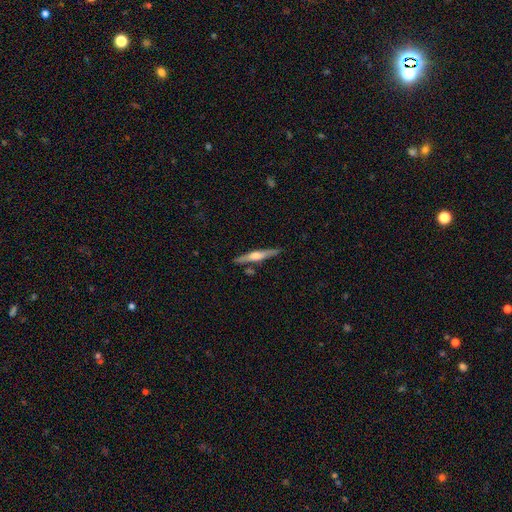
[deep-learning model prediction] Smooth or featured? featured or disk (64%)
Edge-on disk? yes (97%)
Edge-on bulge? rounded (85%)
Merging? none (84%)